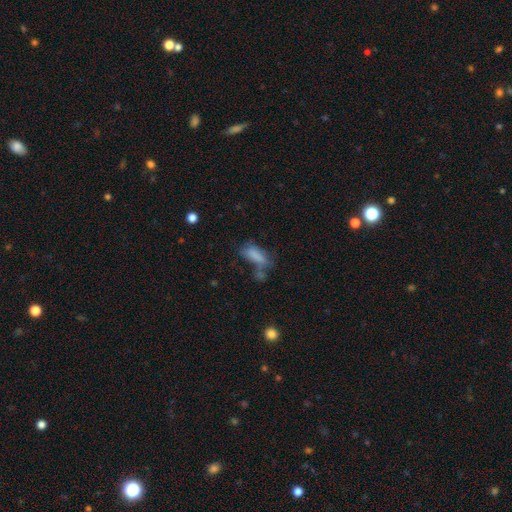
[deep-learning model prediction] Overall: smooth (73%). How rounded: in between (75%). Merging: none (34%; minor disturbance 23%).